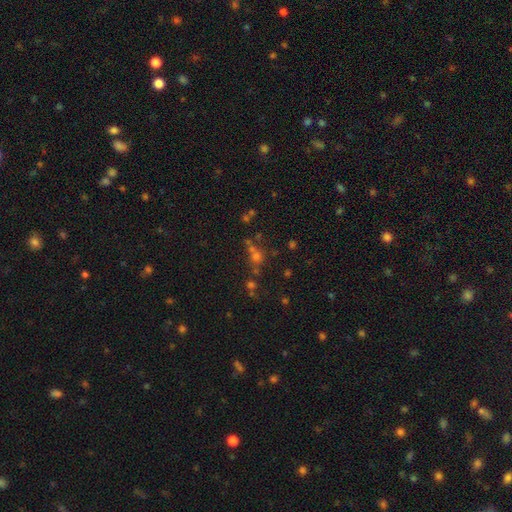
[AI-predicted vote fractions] smooth-or-featured: star or artifact: 44% | smooth: 41% | featured or disk: 16%